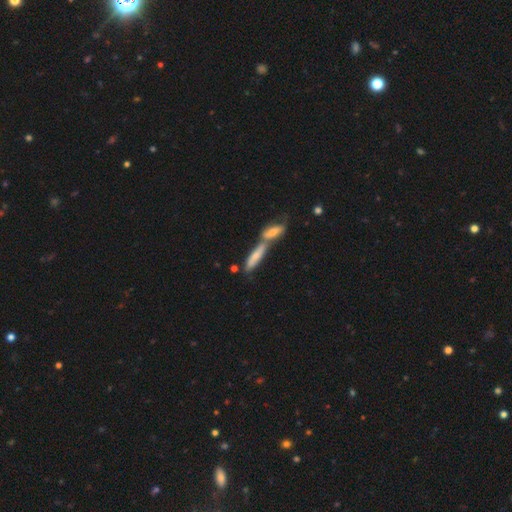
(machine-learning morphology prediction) smooth 53%, featured or disk 37%, star or artifact 11%. Down the decision tree: how rounded — cigar-shaped (66%); merging — merger (60%).